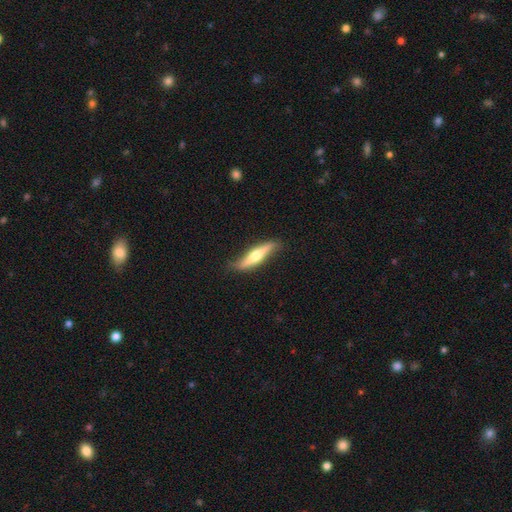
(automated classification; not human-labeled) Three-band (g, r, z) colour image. It shows a featured or disk galaxy (58%) viewed edge-on (89%) with a rounded central bulge (87%). Merging: none (79%).